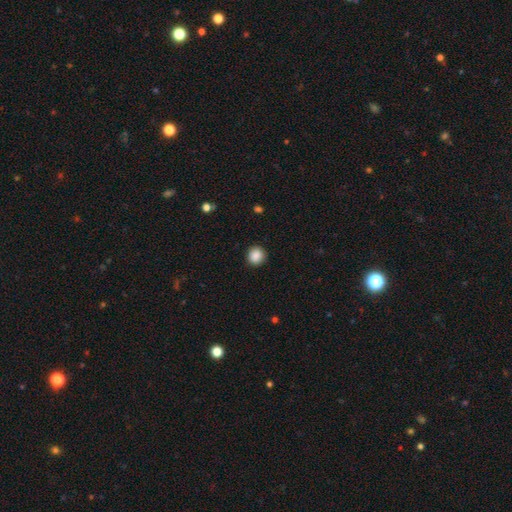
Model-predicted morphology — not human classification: type=smooth (88%); roundness=round (90%); merging=none (91%).